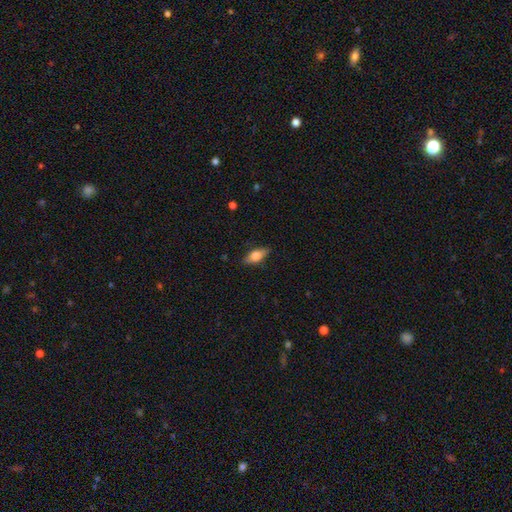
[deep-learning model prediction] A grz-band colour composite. It shows a smooth galaxy with no disk features (66%) that is in between round and cigar-shaped (79%). Merging: none (83%).